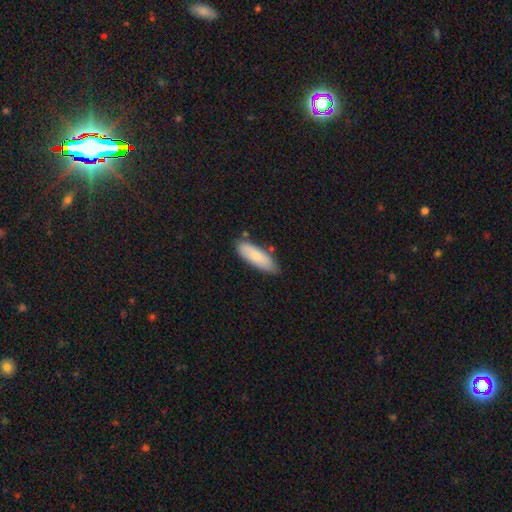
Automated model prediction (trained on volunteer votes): The model was most divided on "how rounded": in between: 56%, cigar-shaped: 43%, round: 2%. More confident: smooth or featured — smooth (81%); merging — none (77%).